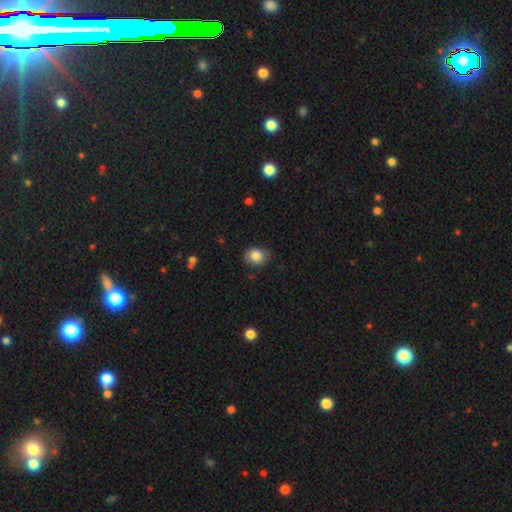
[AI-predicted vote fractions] A smooth galaxy with no disk features (84%) that is round (58%). Merging: none (82%).